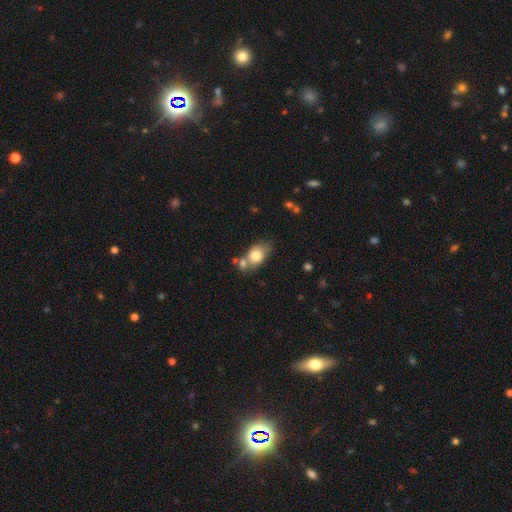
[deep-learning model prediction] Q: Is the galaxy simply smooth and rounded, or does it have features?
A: smooth — 77%.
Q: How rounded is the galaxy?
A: in between — 76%.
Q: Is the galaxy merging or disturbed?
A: none — 47%.